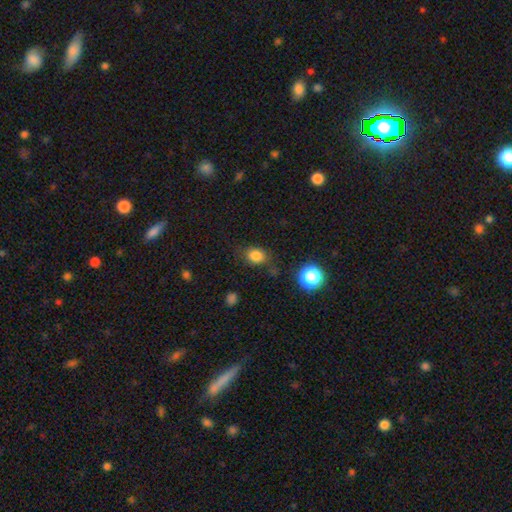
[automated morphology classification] Overall: smooth (81%). How rounded: round (50%; in between 49%). Merging: none (72%).